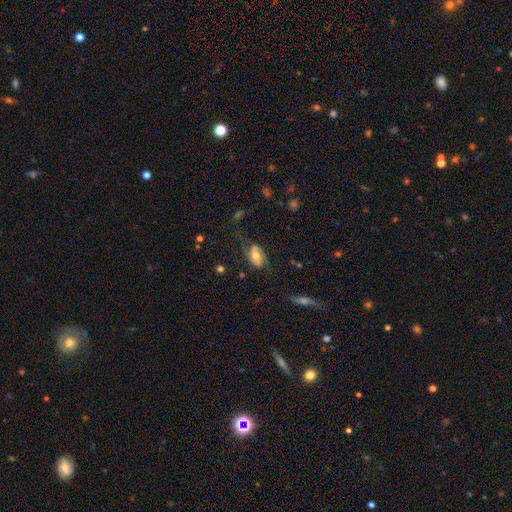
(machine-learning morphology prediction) Smooth or featured? Predicted: featured or disk (p=0.49). Merging? Predicted: none (p=0.64).